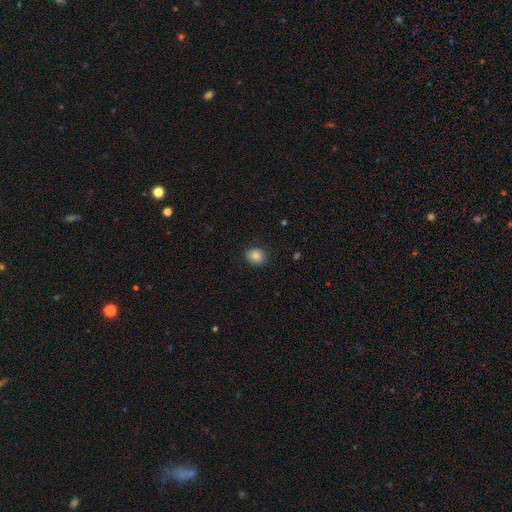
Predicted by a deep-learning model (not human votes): Smooth or featured: smooth — 83% (star or artifact — 10%)
How rounded: round — 73% (in between — 26%)
Merging: none — 85% (minor disturbance — 12%)